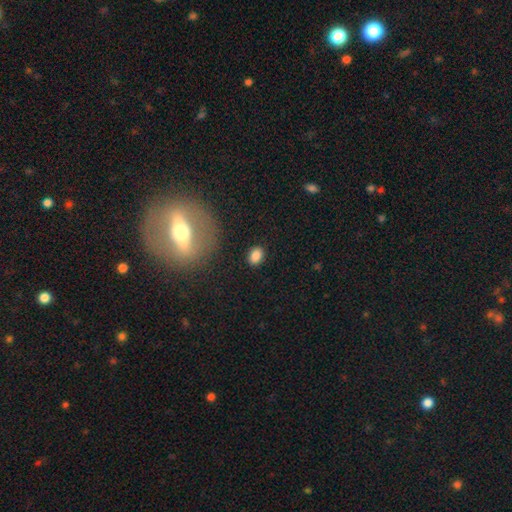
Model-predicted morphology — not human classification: Smooth or featured? smooth (85%)
How rounded? in between (70%)
Merging? none (87%)